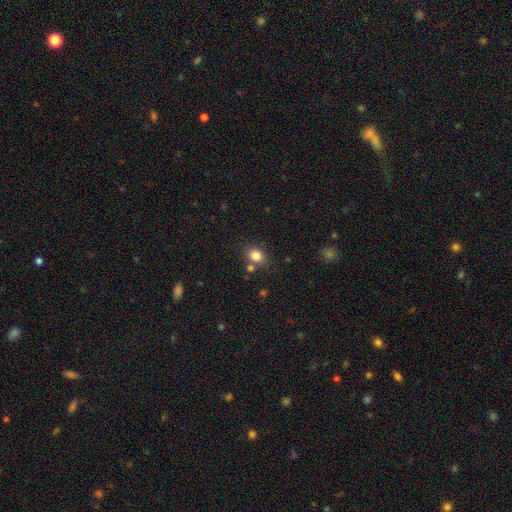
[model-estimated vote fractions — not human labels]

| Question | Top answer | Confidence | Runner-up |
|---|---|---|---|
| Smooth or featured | smooth | 82% | star or artifact (11%) |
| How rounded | round | 56% | in between (43%) |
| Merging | none | 71% | merger (13%) |